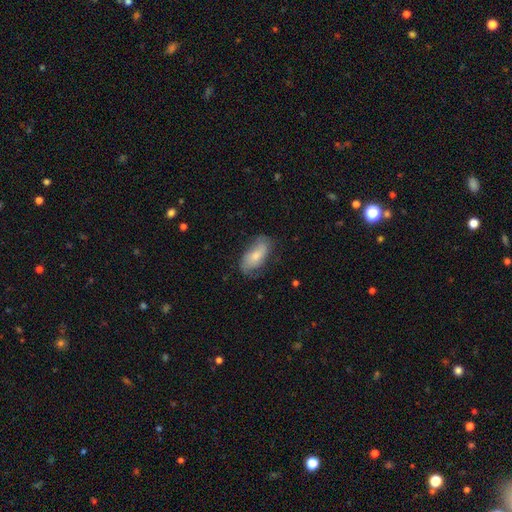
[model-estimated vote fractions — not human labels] Smooth or featured? smooth (60%)
How rounded? in between (88%)
Merging? none (62%)